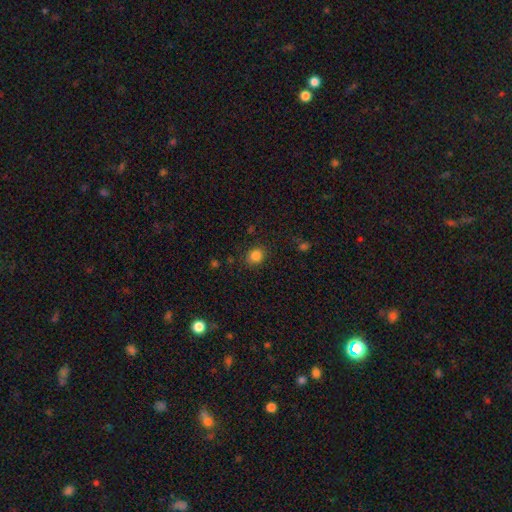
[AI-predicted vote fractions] Q: Smooth or featured?
A: smooth (84%); runner-up: star or artifact (12%)
Q: How rounded?
A: round (73%); runner-up: in between (26%)
Q: Merging?
A: none (85%); runner-up: minor disturbance (10%)